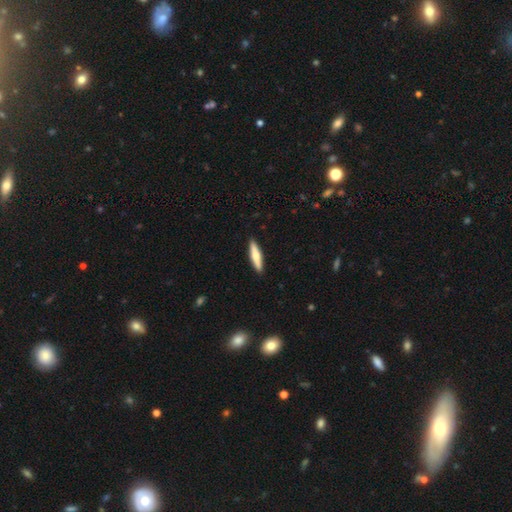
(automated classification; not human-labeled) smooth_or_featured: smooth (p=0.57) [alt: featured or disk p=0.38]
how_rounded: cigar-shaped (p=0.85) [alt: in between p=0.14]
merging: none (p=0.91) [alt: minor disturbance p=0.06]